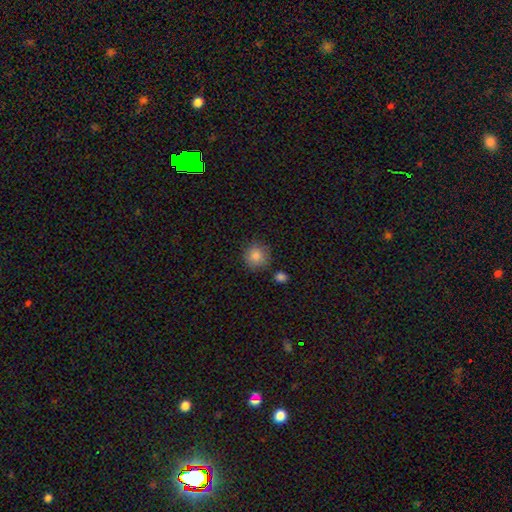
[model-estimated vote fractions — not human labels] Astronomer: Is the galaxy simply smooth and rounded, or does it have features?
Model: smooth — 86%.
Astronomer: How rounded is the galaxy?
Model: round — 92%.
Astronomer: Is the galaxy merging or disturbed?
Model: none — 83%.